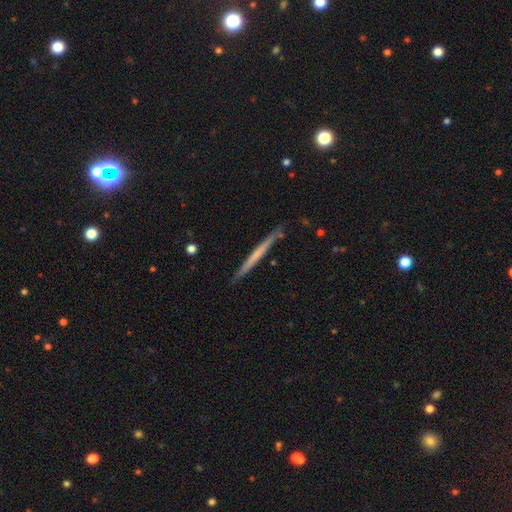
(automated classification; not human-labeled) The model was most divided on "smooth or featured": smooth: 49%, featured or disk: 46%, star or artifact: 5%. More confident: merging — none (89%).